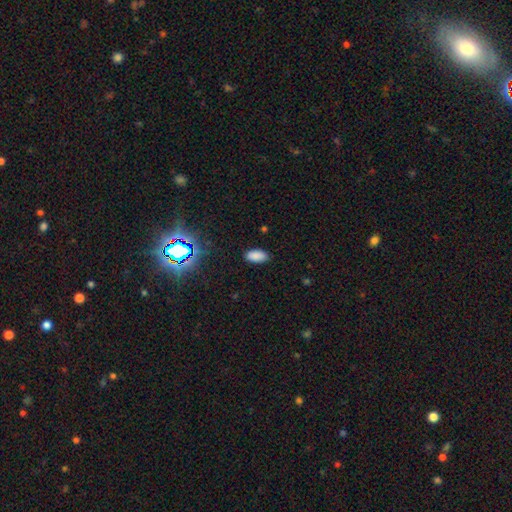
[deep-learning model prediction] smooth 83%, star or artifact 13%, featured or disk 4%. Down the decision tree: how rounded — in between (93%); merging — none (87%).